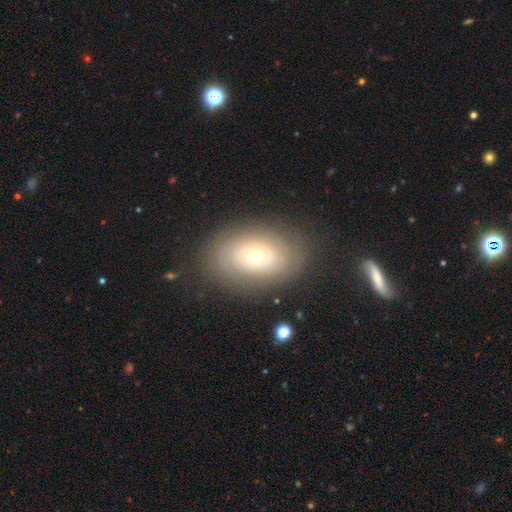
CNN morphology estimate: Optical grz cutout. It shows a featured or disk galaxy (53%). Merging: none (79%).